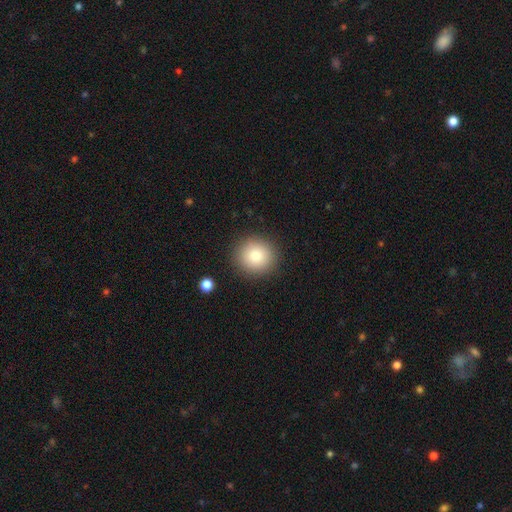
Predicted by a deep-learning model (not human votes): smooth_or_featured: smooth (p=0.82) [alt: star or artifact p=0.10]
how_rounded: round (p=0.91) [alt: in between p=0.08]
merging: none (p=0.89) [alt: minor disturbance p=0.07]